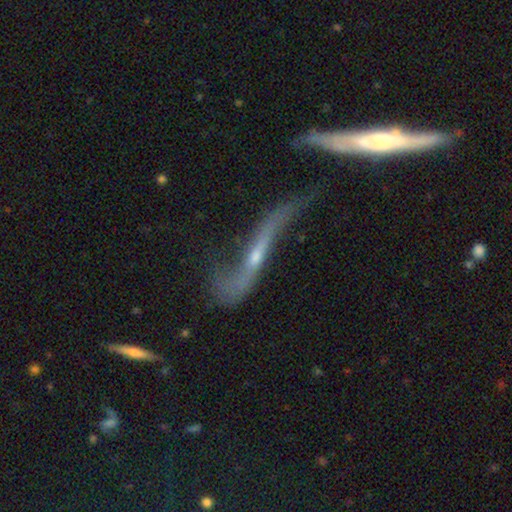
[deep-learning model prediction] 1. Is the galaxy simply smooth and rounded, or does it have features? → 76% featured or disk, 12% star or artifact, 11% smooth.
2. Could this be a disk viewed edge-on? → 52% yes, 48% no.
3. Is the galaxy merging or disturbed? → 41% none, 23% major disturbance, 21% minor disturbance, 15% merger.